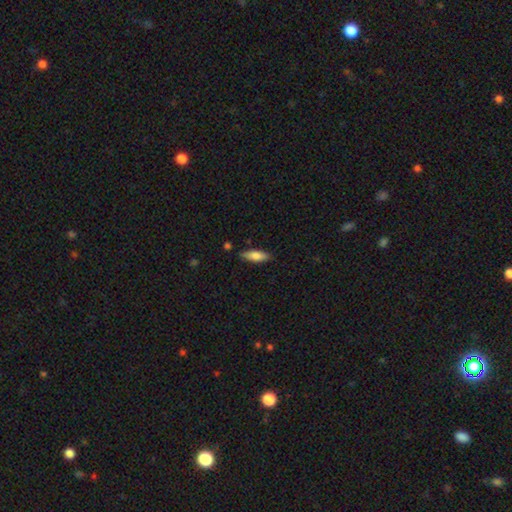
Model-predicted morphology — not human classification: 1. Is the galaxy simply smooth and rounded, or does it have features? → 76% smooth, 17% featured or disk, 6% star or artifact.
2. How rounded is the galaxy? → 55% in between, 43% cigar-shaped, 2% round.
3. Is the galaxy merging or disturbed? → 83% none, 12% minor disturbance, 2% merger, 2% major disturbance.